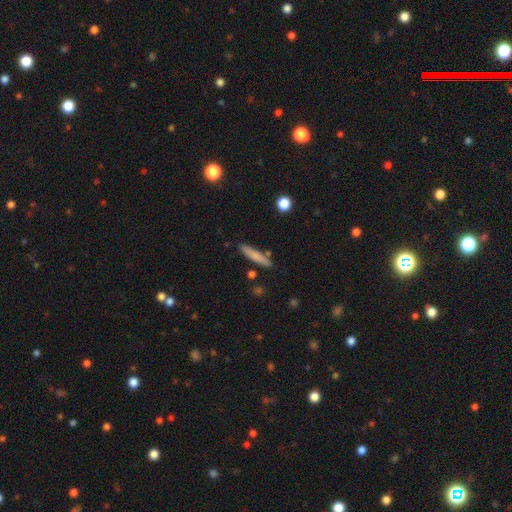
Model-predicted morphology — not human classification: A smooth galaxy with no disk features (74%) that is cigar-shaped (91%). Merging: none (83%).